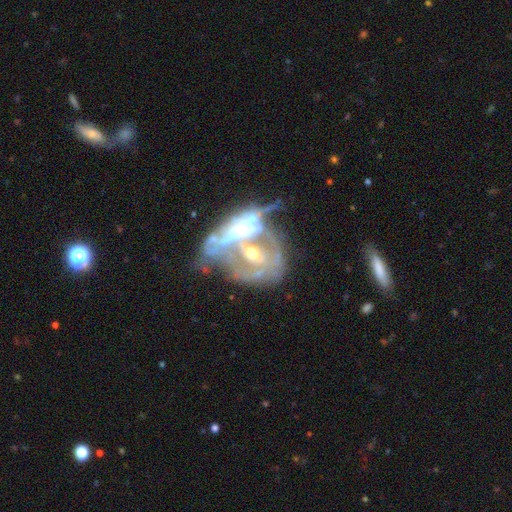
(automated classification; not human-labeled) This is likely a featured or disk galaxy (75%). It is clearly not viewed edge-on (94%). Bar: likely no (69%). Spiral arm pattern: likely no (69%). Central bulge: possibly moderate (54%). Merging: possibly merger (49%).